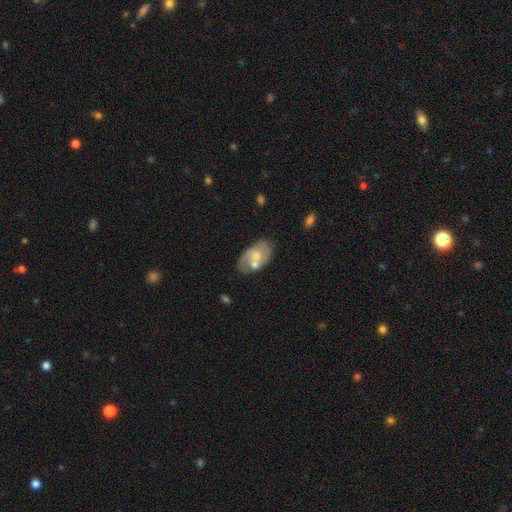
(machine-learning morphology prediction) Overall: featured or disk (51%; smooth 43%). Edge-on disk: no (95%). Merging: none (45%; merger 28%).